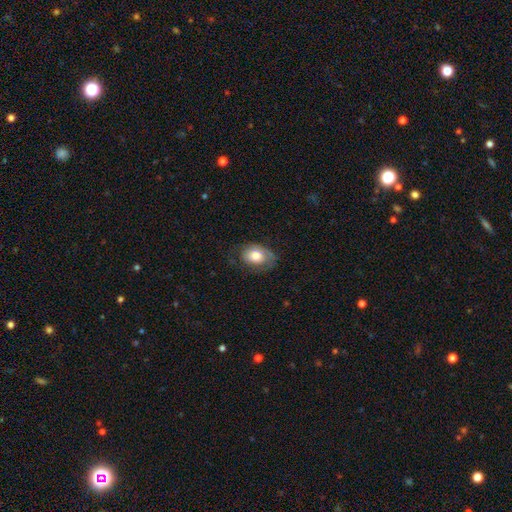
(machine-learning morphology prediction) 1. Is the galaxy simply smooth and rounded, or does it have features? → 63% smooth, 30% featured or disk, 7% star or artifact.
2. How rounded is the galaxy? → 71% in between, 28% round, 1% cigar-shaped.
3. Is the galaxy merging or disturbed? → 56% none, 26% minor disturbance, 16% major disturbance, 1% merger.